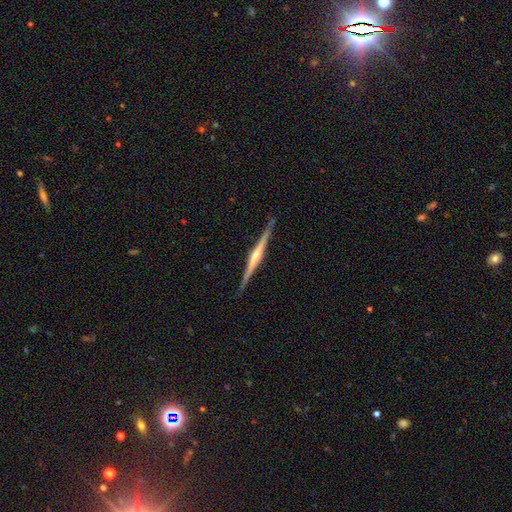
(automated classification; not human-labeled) Overall: featured or disk (78%). Edge-on disk: yes (98%). Edge-on bulge: rounded (65%). Merging: none (88%).